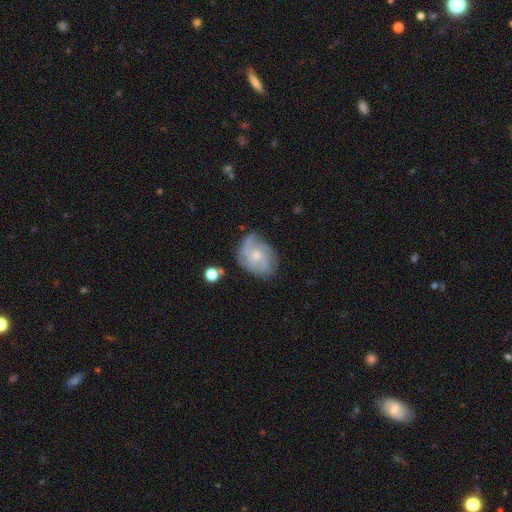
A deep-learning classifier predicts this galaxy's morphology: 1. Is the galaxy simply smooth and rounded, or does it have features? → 73% featured or disk, 20% smooth, 7% star or artifact.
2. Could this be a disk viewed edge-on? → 97% no, 3% yes.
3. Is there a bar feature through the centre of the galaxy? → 68% no, 29% weak, 3% strong.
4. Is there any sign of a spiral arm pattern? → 91% yes, 9% no.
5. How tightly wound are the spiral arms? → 43% medium, 40% tight, 17% loose.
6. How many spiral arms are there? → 35% 3, 27% can't tell, 18% 2, 11% 4, 5% 1, 5% more than 4.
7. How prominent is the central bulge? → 51% small, 39% moderate, 6% none, 2% large, 1% dominant.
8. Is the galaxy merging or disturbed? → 64% none, 24% minor disturbance, 10% major disturbance, 2% merger.